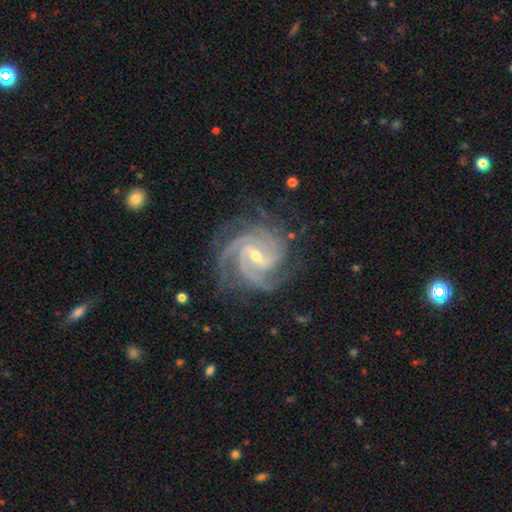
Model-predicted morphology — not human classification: Smooth or featured: featured or disk — 94% (star or artifact — 4%)
Edge-on disk: no — 98% (yes — 2%)
Bar: weak — 52% (strong — 28%)
Spiral arms: yes — 99% (no — 1%)
Spiral winding: tight — 66% (medium — 31%)
Spiral arm count: 3 — 42% (4 — 26%)
Bulge size: small — 55% (moderate — 42%)
Merging: none — 77% (minor disturbance — 16%)